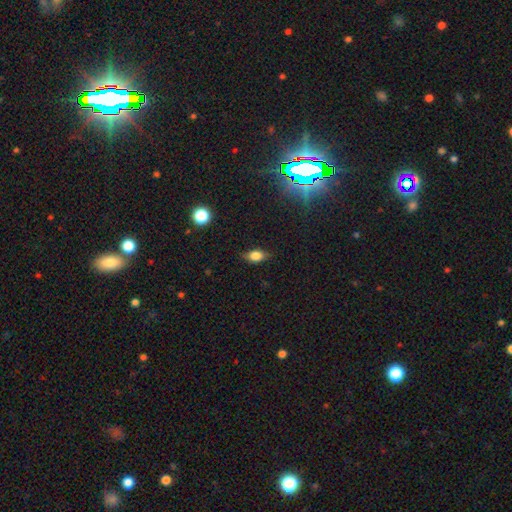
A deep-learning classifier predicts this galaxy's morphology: A smooth galaxy with no disk features (71%) that is in between round and cigar-shaped (79%). Merging: none (79%).